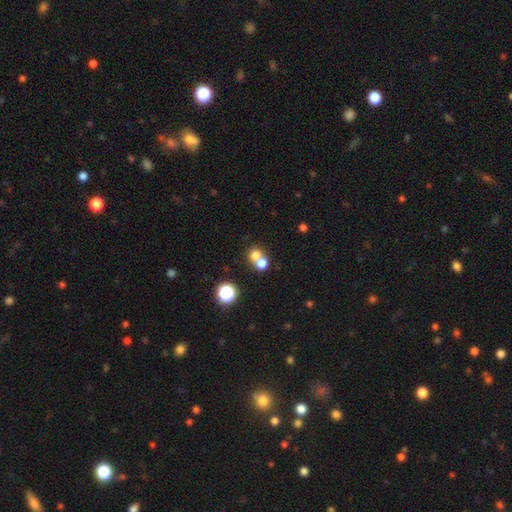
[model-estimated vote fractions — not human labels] This is likely a smooth galaxy (71%). How rounded: clearly round (81%). Merging: possibly merger (54%).